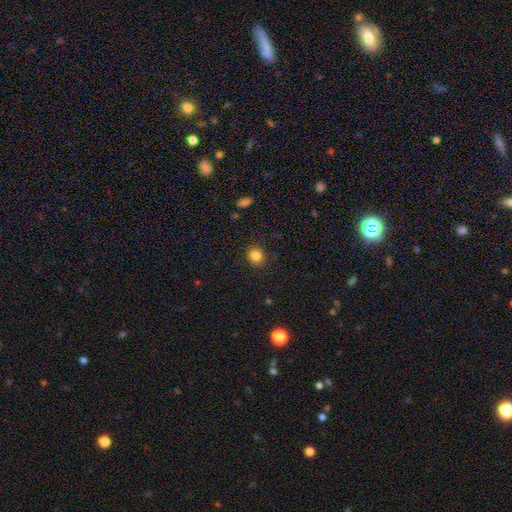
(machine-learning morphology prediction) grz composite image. It shows a smooth galaxy with no disk features (83%) that is round (73%). Merging: none (88%).